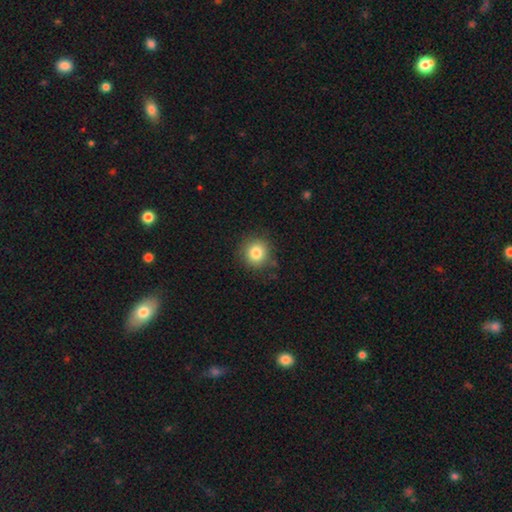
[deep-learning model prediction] Smooth or featured? smooth (83%)
How rounded? round (90%)
Merging? none (85%)